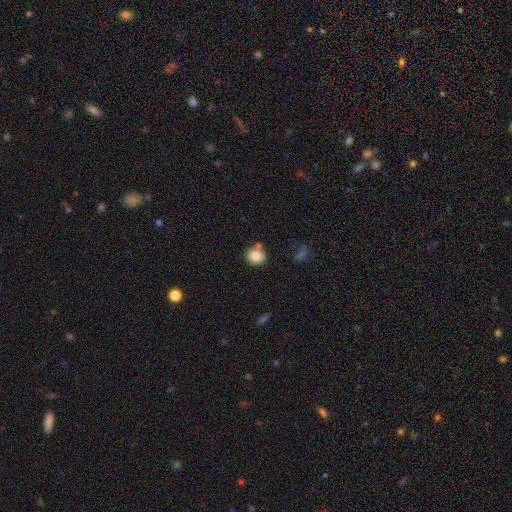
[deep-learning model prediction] smooth-or-featured: smooth: 85% | star or artifact: 9% | featured or disk: 6%
  how-rounded: round: 83% | in between: 16% | cigar-shaped: 1%
  merging: none: 73% | minor disturbance: 12% | merger: 12% | major disturbance: 4%